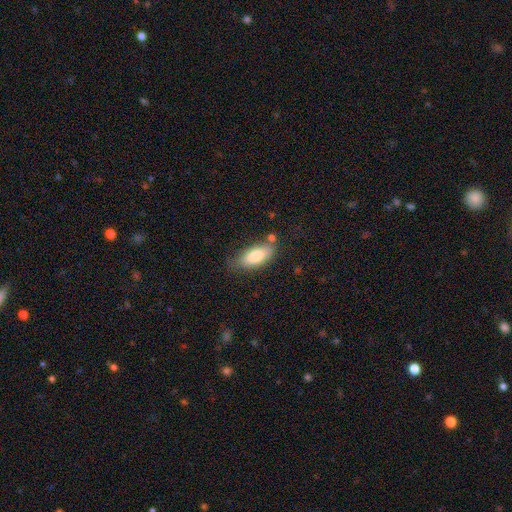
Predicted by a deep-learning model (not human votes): A smooth galaxy with no disk features (82%) that is in between round and cigar-shaped (84%). Merging: none (69%).